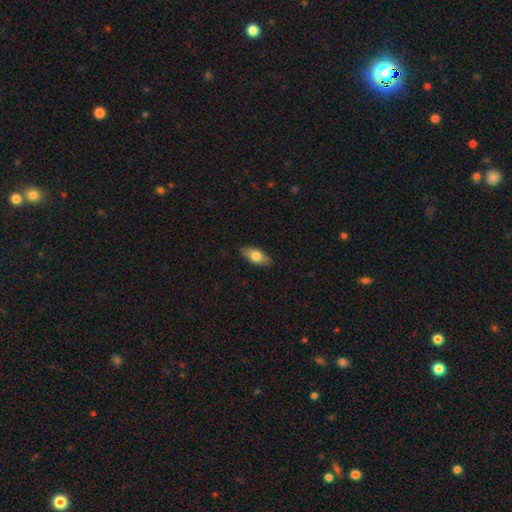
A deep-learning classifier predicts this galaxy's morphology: Smooth or featured?
  - smooth: 69% *
  - featured or disk: 25%
  - star or artifact: 6%
How rounded?
  - in between: 82% *
  - cigar-shaped: 15%
  - round: 3%
Merging?
  - none: 86% *
  - minor disturbance: 11%
  - major disturbance: 2%
  - merger: 1%